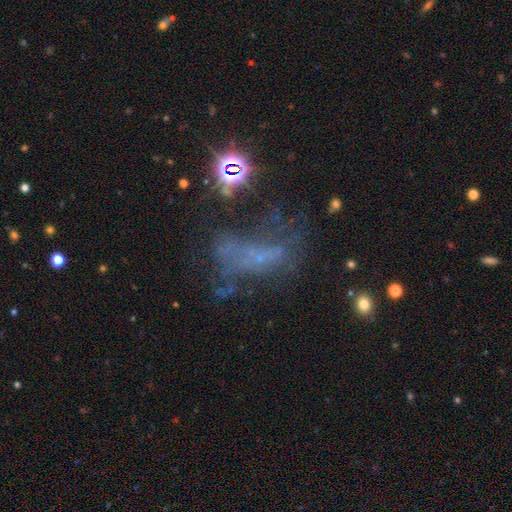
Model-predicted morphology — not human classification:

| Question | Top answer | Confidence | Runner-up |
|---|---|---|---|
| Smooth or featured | featured or disk | 42% | star or artifact (34%) |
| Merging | major disturbance | 38% | none (33%) |